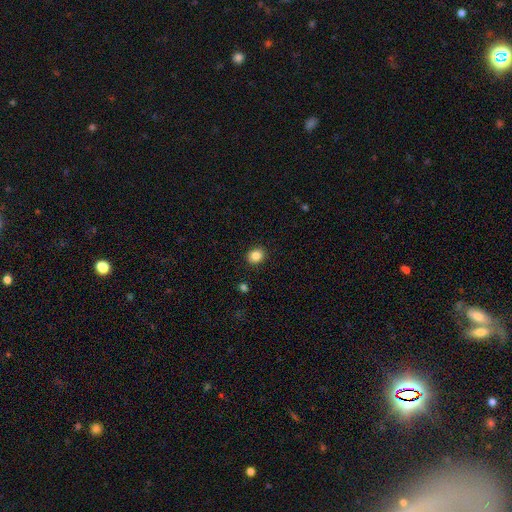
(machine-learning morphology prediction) smooth 86%, star or artifact 10%, featured or disk 4%. Down the decision tree: how rounded — round (68%); merging — none (90%).